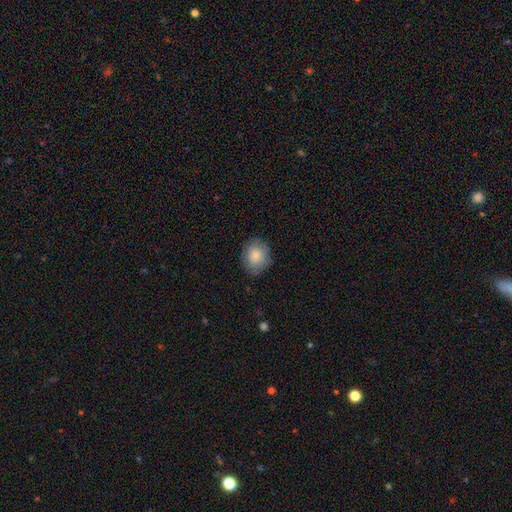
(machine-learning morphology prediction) Overall: smooth (82%). How rounded: round (67%; in between 32%). Merging: none (78%).